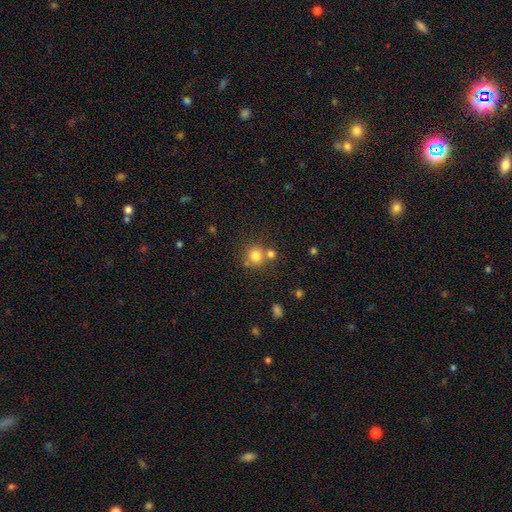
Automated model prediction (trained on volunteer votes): This is likely a smooth galaxy (79%). How rounded: clearly round (90%). Merging: likely none (60%).